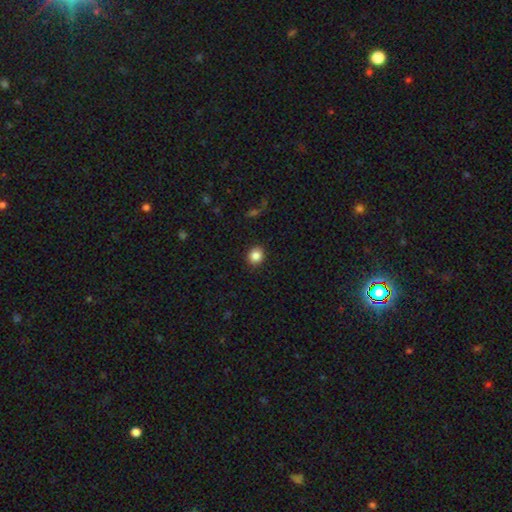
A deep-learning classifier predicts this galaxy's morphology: The model was most divided on "how rounded": round: 82%, in between: 17%, cigar-shaped: 1%. More confident: merging — none (91%); smooth or featured — smooth (86%).